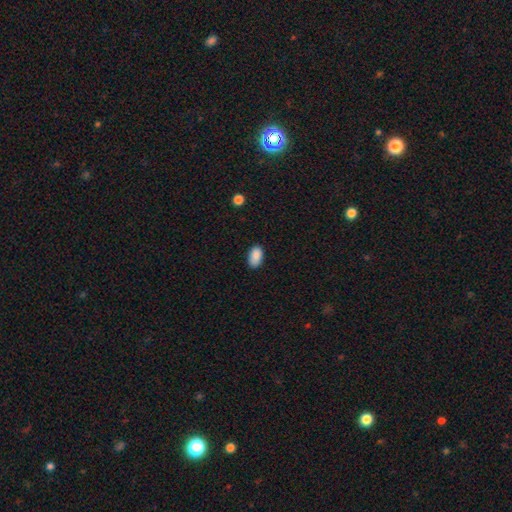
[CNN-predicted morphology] smooth 89%, star or artifact 7%, featured or disk 4%. Down the decision tree: how rounded — in between (93%); merging — none (84%).